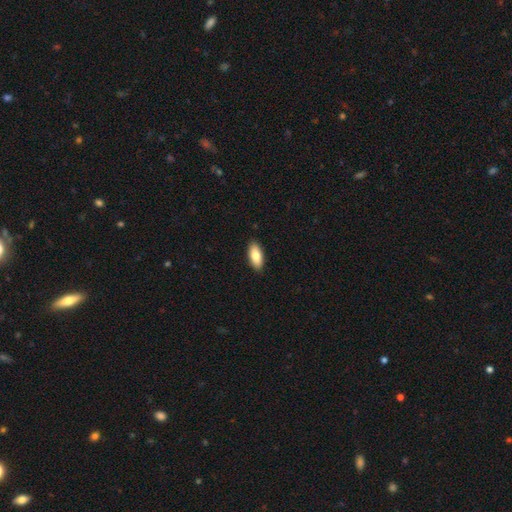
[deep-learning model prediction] Smooth or featured? Predicted: smooth (p=0.83). How rounded? Predicted: in between (p=0.87). Merging? Predicted: none (p=0.90).